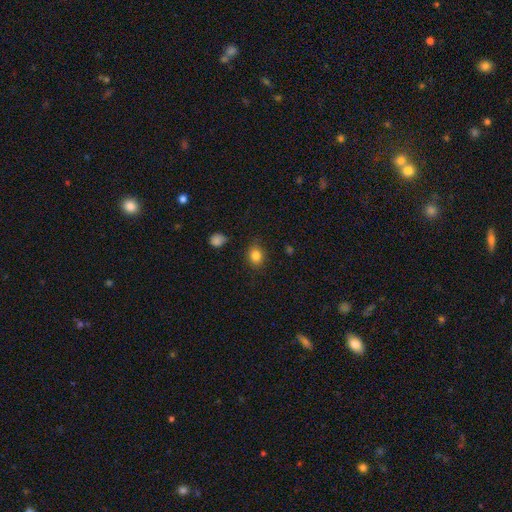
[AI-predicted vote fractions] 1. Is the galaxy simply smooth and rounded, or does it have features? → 83% smooth, 11% star or artifact, 6% featured or disk.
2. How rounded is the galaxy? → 58% round, 41% in between, 1% cigar-shaped.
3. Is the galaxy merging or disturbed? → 84% none, 12% minor disturbance, 3% major disturbance, 1% merger.